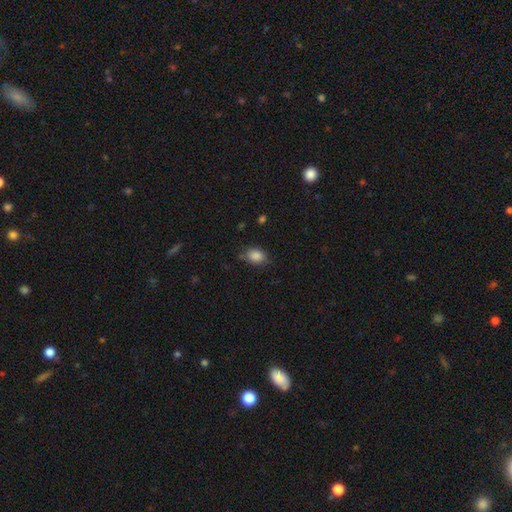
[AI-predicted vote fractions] Q: Smooth or featured?
A: smooth (85%); runner-up: star or artifact (9%)
Q: How rounded?
A: in between (67%); runner-up: round (31%)
Q: Merging?
A: none (67%); runner-up: minor disturbance (25%)